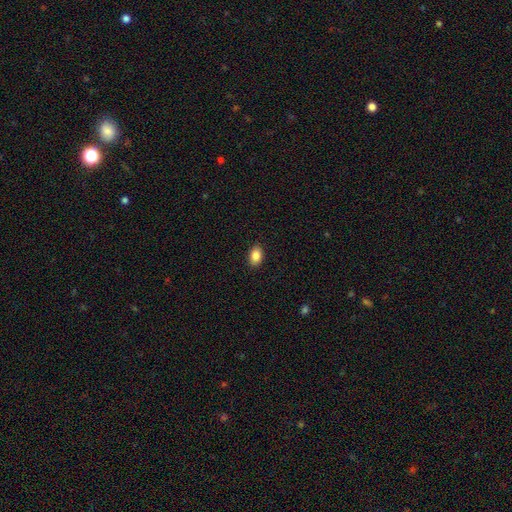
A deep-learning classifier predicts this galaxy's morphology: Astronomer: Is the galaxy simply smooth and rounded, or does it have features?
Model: smooth — 87%.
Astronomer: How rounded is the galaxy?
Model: in between — 87%.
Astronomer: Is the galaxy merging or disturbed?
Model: none — 90%.